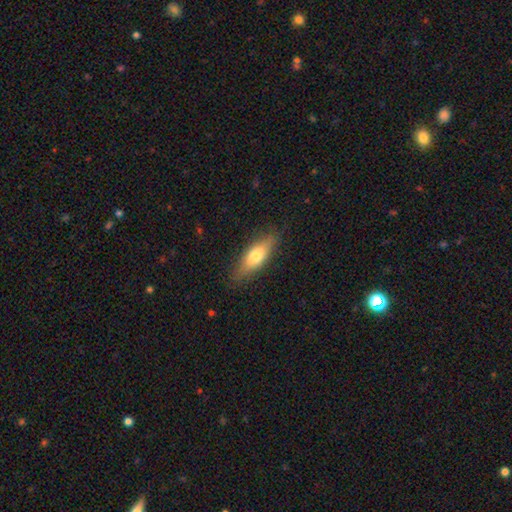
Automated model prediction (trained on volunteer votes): A smooth galaxy with no disk features (67%) that is in between round and cigar-shaped (57%).

Vote fractions:
- Smooth or featured? smooth: 67% / featured or disk: 26% / star or artifact: 6%
- How rounded? in between: 57% / cigar-shaped: 40% / round: 3%
- Merging? none: 83% / minor disturbance: 13% / major disturbance: 3% / merger: 1%